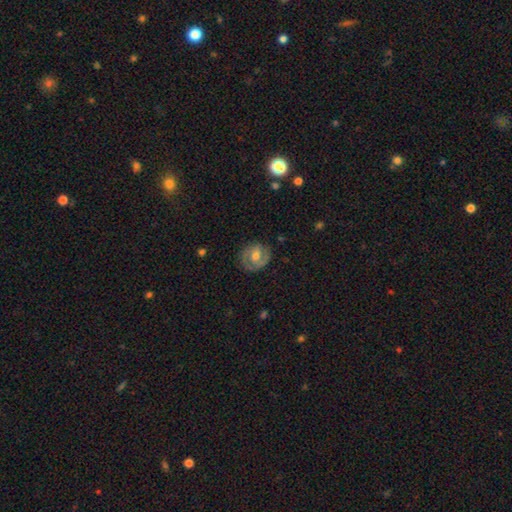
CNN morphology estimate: Smooth or featured? featured or disk (61%)
Edge-on disk? no (97%)
Bar? no (45%)
Spiral arms? yes (77%)
Bulge size? moderate (68%)
Merging? none (77%)